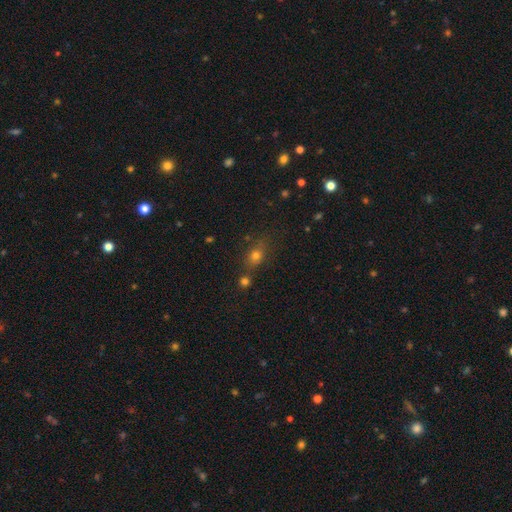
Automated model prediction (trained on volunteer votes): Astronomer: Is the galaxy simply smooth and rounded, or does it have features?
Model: smooth — 65%.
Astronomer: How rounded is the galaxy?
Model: round — 49% (runner-up: in between, 45%).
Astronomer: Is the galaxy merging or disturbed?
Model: none — 66%.